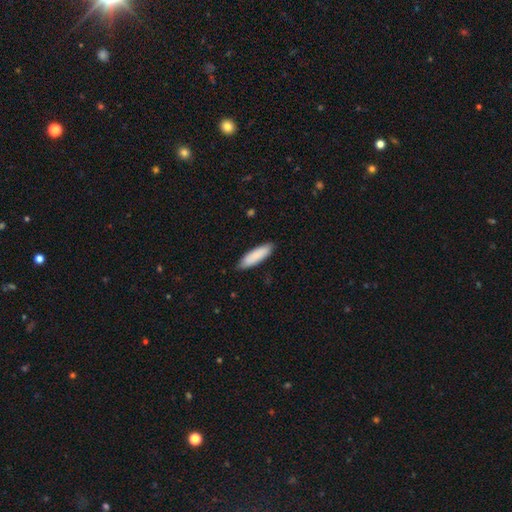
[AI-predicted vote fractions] Morphology: type=smooth (88%); roundness=cigar-shaped (56%); merging=none (87%).